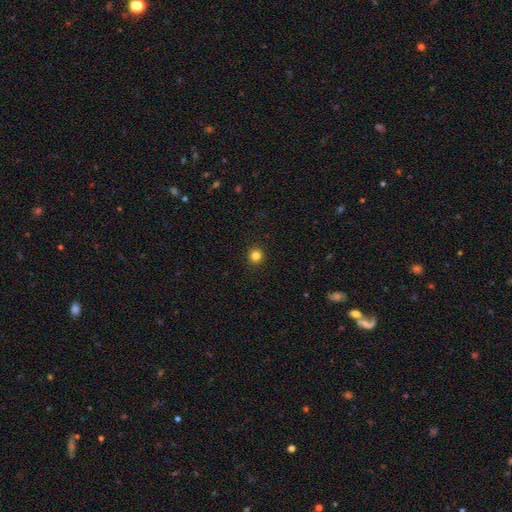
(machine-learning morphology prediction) Q: Smooth or featured?
A: smooth (83%); runner-up: star or artifact (13%)
Q: How rounded?
A: round (94%); runner-up: in between (5%)
Q: Merging?
A: none (93%); runner-up: minor disturbance (4%)